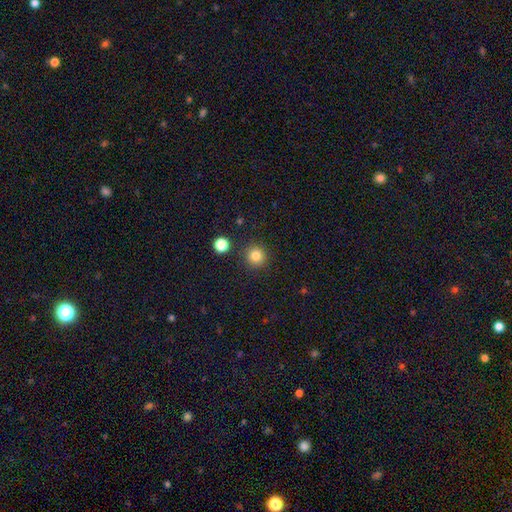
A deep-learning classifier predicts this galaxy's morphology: A smooth galaxy with no disk features (82%) that is round (95%).

Vote fractions:
- Smooth or featured? smooth: 82% / star or artifact: 13% / featured or disk: 5%
- How rounded? round: 95% / in between: 4% / cigar-shaped: 1%
- Merging? none: 89% / minor disturbance: 6% / merger: 3% / major disturbance: 2%